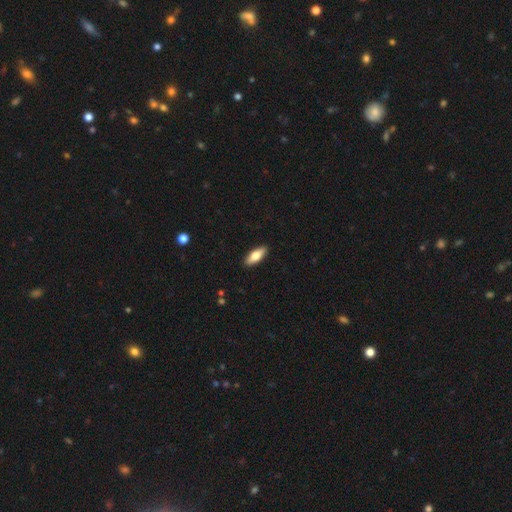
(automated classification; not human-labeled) smooth 68%, featured or disk 26%, star or artifact 6%. Down the decision tree: how rounded — in between (67%); merging — none (90%).